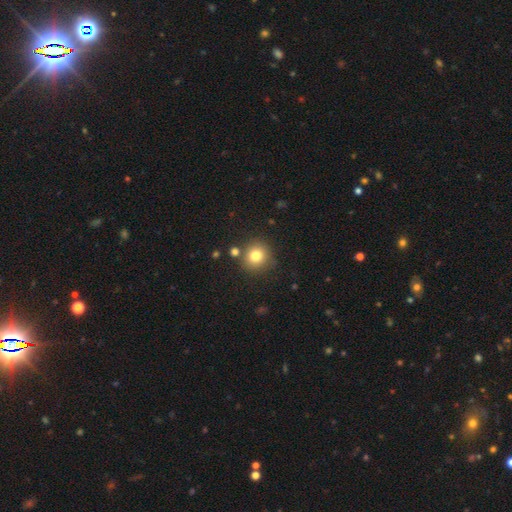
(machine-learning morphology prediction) This is likely a smooth galaxy (79%). How rounded: clearly round (91%). Merging: clearly none (82%).